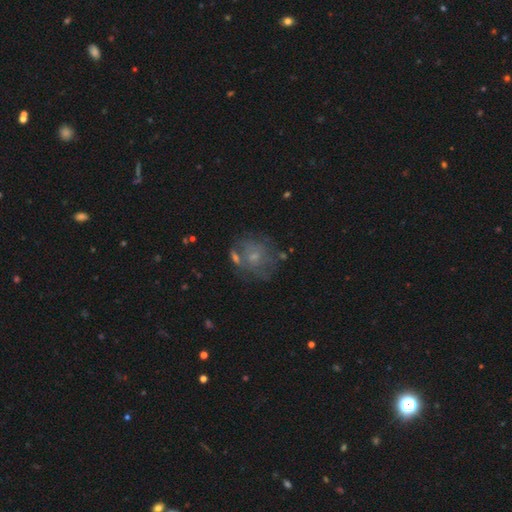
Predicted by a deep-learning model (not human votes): This is possibly a featured or disk galaxy (47%). Merging: possibly none (55%).